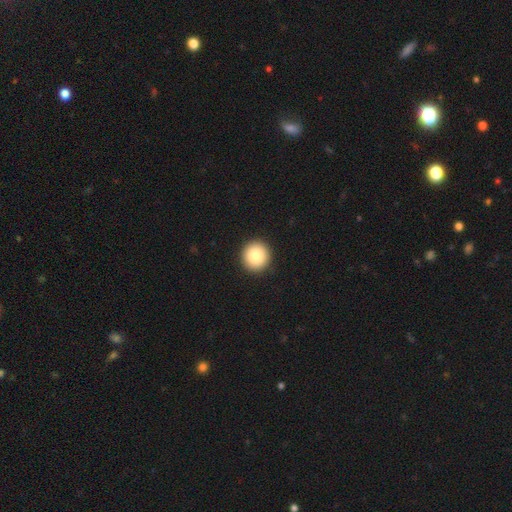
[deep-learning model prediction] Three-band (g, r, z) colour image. It shows a smooth galaxy with no disk features (85%) that is round (94%). Merging: none (93%).